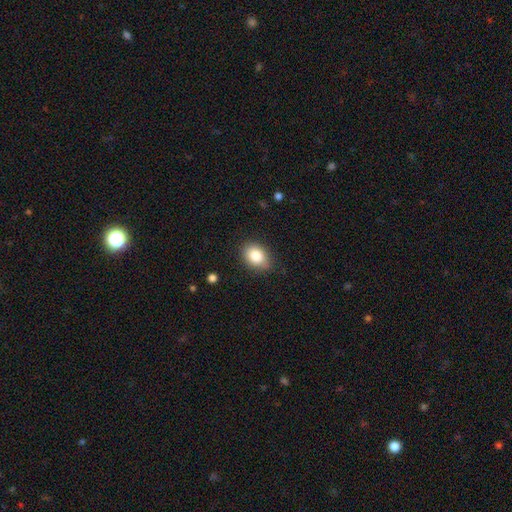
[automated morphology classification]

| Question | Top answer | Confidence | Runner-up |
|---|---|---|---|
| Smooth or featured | smooth | 84% | star or artifact (8%) |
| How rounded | in between | 68% | round (31%) |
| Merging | none | 82% | minor disturbance (13%) |